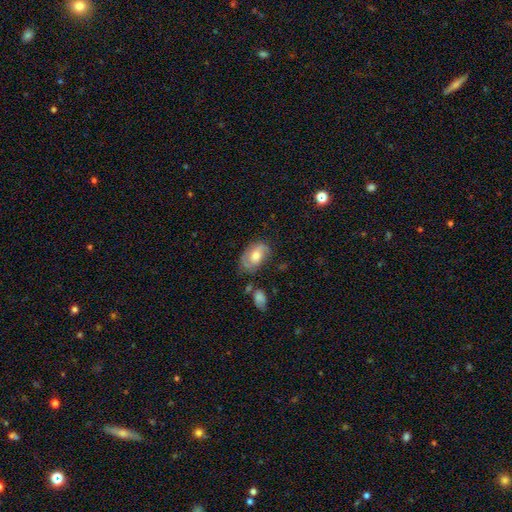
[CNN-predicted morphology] Smooth or featured? Predicted: featured or disk (p=0.51). Edge-on disk? Predicted: no (p=0.95). Merging? Predicted: none (p=0.60).